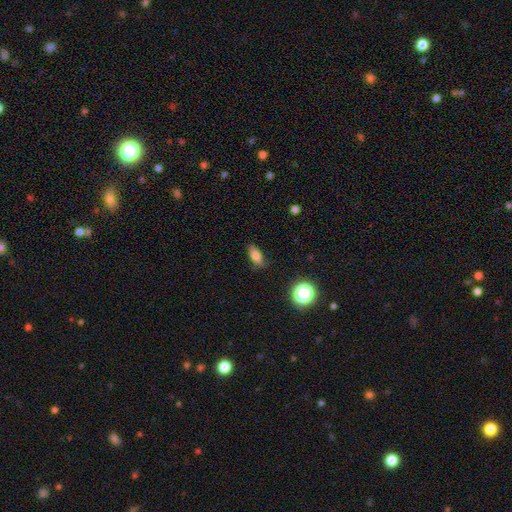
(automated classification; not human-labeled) Overall: smooth (78%). How rounded: in between (77%). Merging: none (82%).